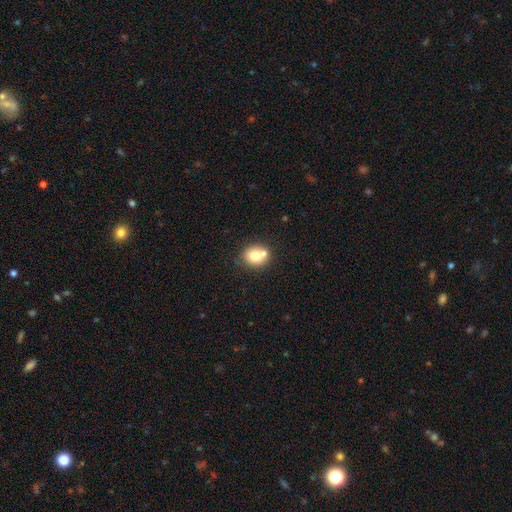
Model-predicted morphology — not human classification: Smooth or featured?
  - smooth: 74% *
  - featured or disk: 16%
  - star or artifact: 10%
How rounded?
  - round: 70% *
  - in between: 30%
  - cigar-shaped: 1%
Merging?
  - none: 56% *
  - merger: 29%
  - minor disturbance: 11%
  - major disturbance: 3%